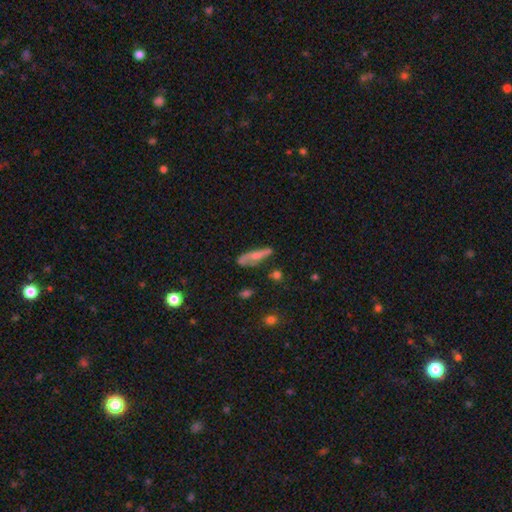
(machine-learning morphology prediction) A smooth galaxy with no disk features (56%) that is cigar-shaped (67%).

Vote fractions:
- Smooth or featured? smooth: 56% / featured or disk: 35% / star or artifact: 9%
- How rounded? cigar-shaped: 67% / in between: 29% / round: 3%
- Merging? none: 51% / minor disturbance: 27% / major disturbance: 13% / merger: 9%